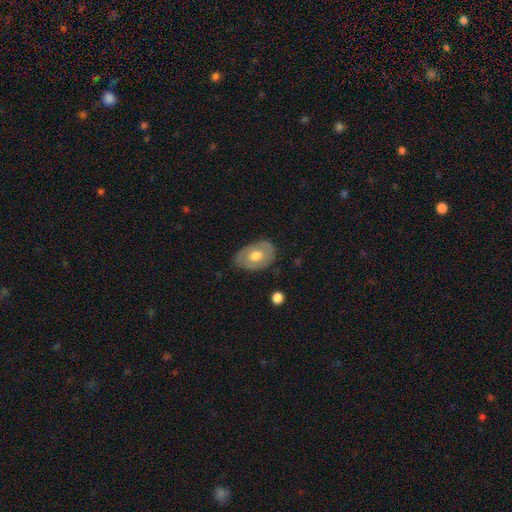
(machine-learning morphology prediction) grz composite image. It shows a smooth galaxy with no disk features (50%) that is in between round and cigar-shaped (81%). Merging: none (78%).